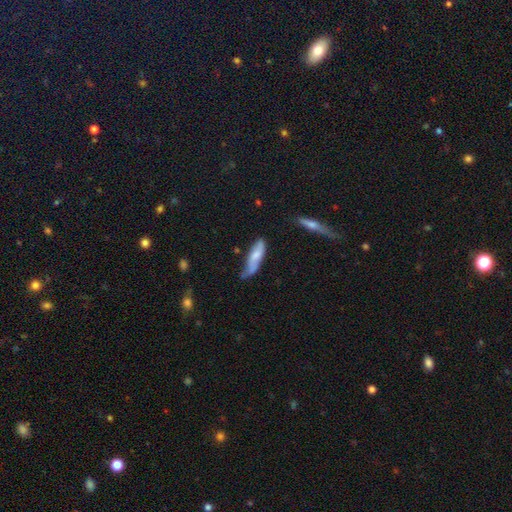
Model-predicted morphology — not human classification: Smooth or featured: smooth — 65% (featured or disk — 29%)
How rounded: cigar-shaped — 57% (in between — 41%)
Merging: none — 41% (minor disturbance — 40%)